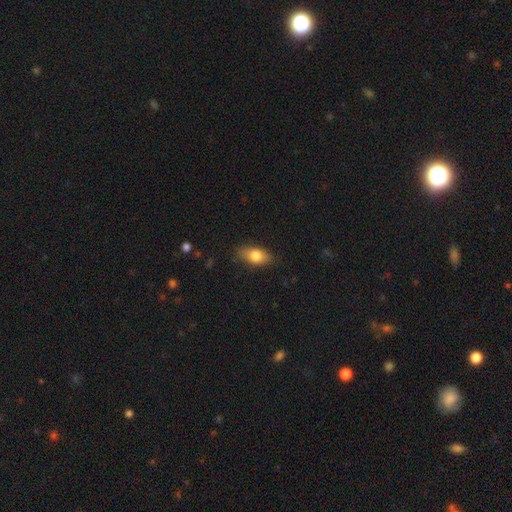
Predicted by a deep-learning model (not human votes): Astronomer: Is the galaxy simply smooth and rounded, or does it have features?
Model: smooth — 77%.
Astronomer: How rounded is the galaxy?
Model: in between — 84%.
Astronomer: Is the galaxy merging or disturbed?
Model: none — 84%.